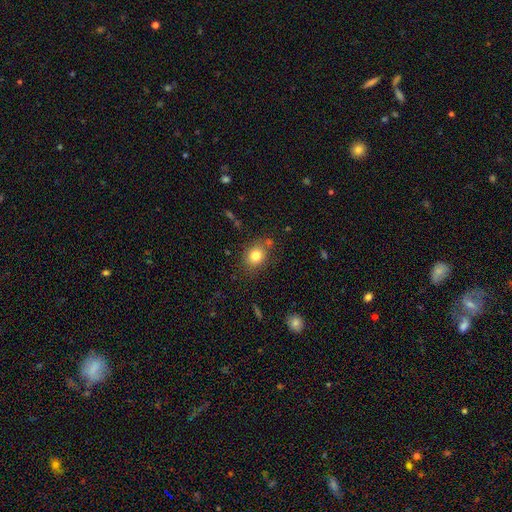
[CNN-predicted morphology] type=smooth (81%); roundness=round (55%); merging=none (78%).